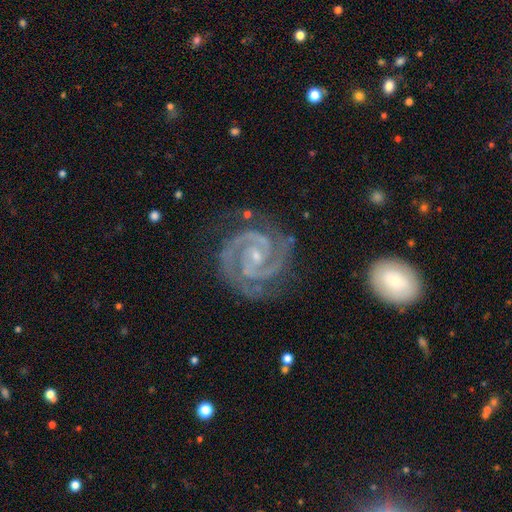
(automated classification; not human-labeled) Q: Smooth or featured?
A: featured or disk (94%); runner-up: star or artifact (4%)
Q: Edge-on disk?
A: no (98%); runner-up: yes (2%)
Q: Bar?
A: no (44%); runner-up: weak (35%)
Q: Spiral arms?
A: yes (99%); runner-up: no (1%)
Q: Spiral winding?
A: tight (73%); runner-up: medium (25%)
Q: Spiral arm count?
A: 2 (89%); runner-up: 3 (6%)
Q: Bulge size?
A: small (76%); runner-up: moderate (18%)
Q: Merging?
A: none (78%); runner-up: minor disturbance (16%)